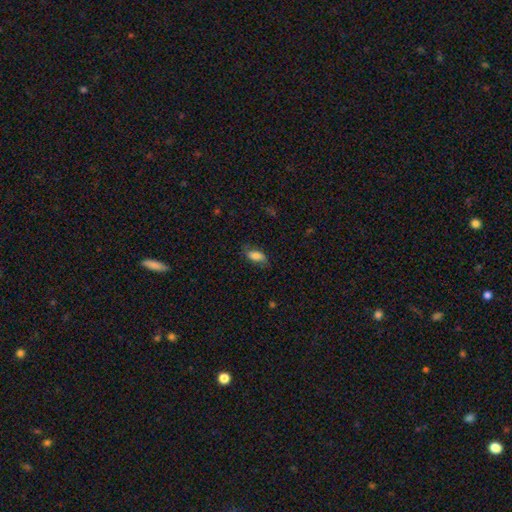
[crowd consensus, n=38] A smooth galaxy with no disk features (79%) that is in between round and cigar-shaped (87%). Merging: none (57%).